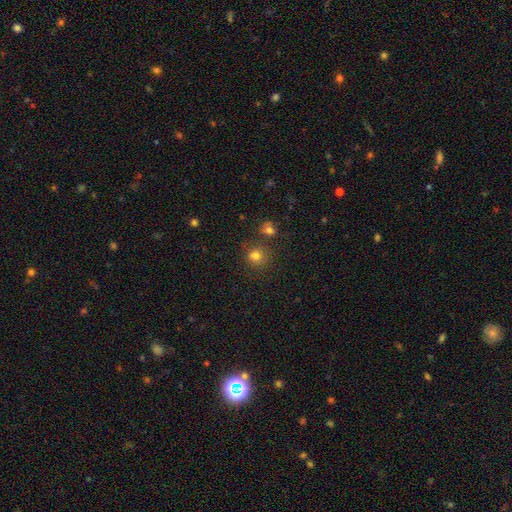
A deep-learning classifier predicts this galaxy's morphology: A smooth galaxy with no disk features (79%) that is round (85%). Merging: none (73%).